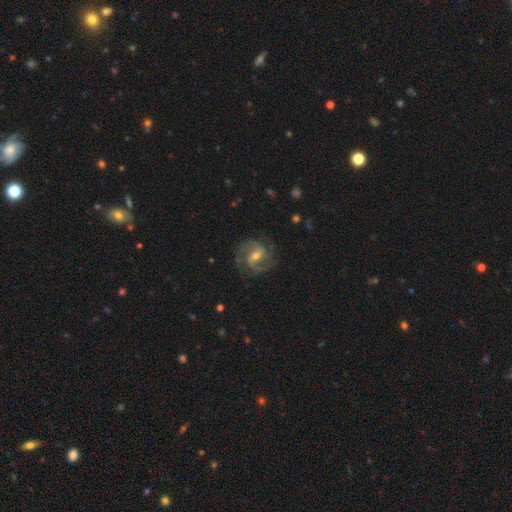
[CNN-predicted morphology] Smooth or featured? featured or disk (89%)
Edge-on disk? no (98%)
Bar? weak (49%)
Spiral arms? yes (97%)
Spiral winding? medium (55%)
Spiral arm count? 2 (64%)
Bulge size? moderate (52%)
Merging? none (77%)